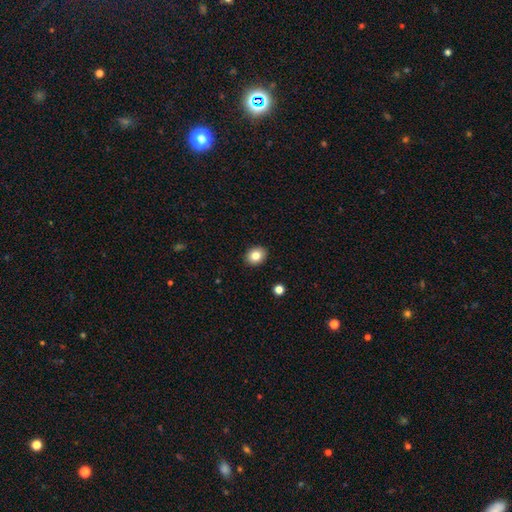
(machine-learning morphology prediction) Smooth or featured?
  - smooth: 83% *
  - star or artifact: 10%
  - featured or disk: 8%
How rounded?
  - round: 56% *
  - in between: 43%
  - cigar-shaped: 1%
Merging?
  - none: 91% *
  - minor disturbance: 6%
  - major disturbance: 2%
  - merger: 1%